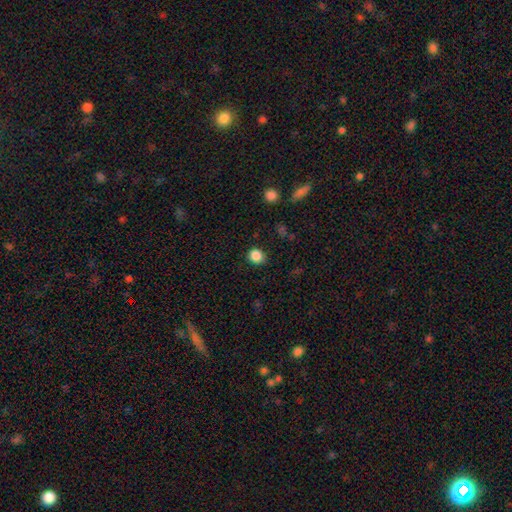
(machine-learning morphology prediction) A smooth galaxy with no disk features (86%) that is round (79%). Merging: none (87%).